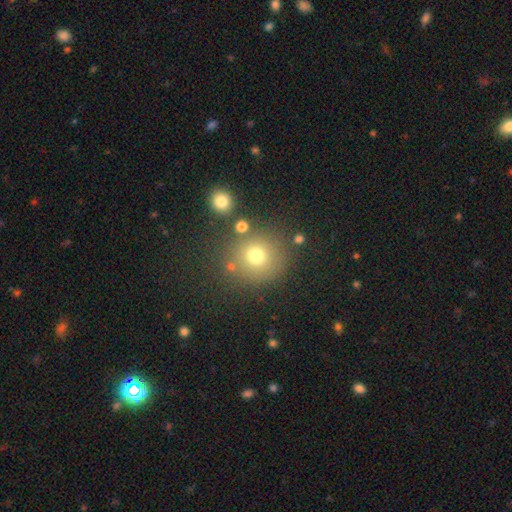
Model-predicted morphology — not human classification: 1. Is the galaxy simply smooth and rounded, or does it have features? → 73% smooth, 18% star or artifact, 10% featured or disk.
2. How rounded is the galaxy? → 91% round, 8% in between, 1% cigar-shaped.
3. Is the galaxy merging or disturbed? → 79% none, 10% minor disturbance, 7% merger, 5% major disturbance.